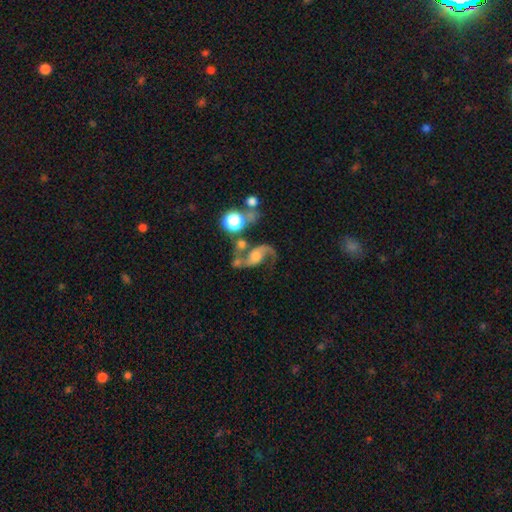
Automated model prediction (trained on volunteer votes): Smooth or featured: featured or disk — 84% (smooth — 8%)
Edge-on disk: no — 97% (yes — 3%)
Bar: no — 55% (weak — 35%)
Spiral arms: yes — 96% (no — 4%)
Spiral winding: loose — 63% (medium — 31%)
Spiral arm count: 2 — 89% (1 — 6%)
Bulge size: moderate — 37% (small — 28%)
Merging: none — 44% (merger — 20%)